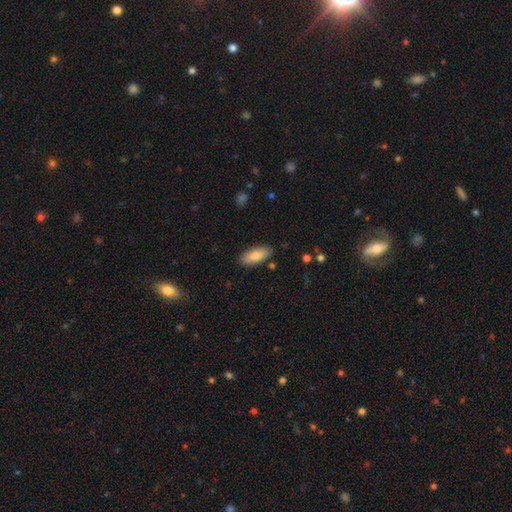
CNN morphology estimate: This is clearly a smooth galaxy (83%). How rounded: clearly in between (81%). Merging: clearly none (86%).